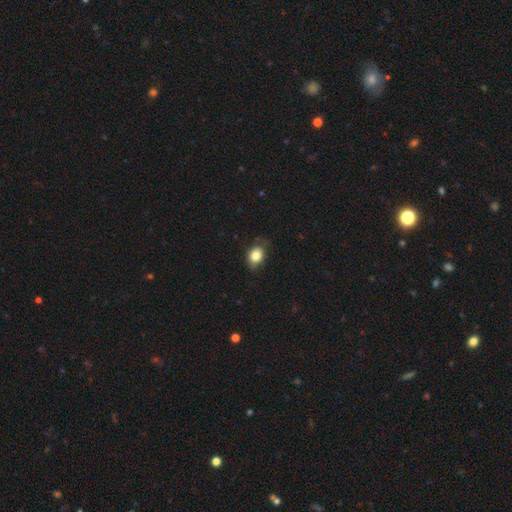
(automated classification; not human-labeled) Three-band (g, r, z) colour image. It shows a smooth galaxy with no disk features (83%) that is in between round and cigar-shaped (61%). Merging: none (70%).